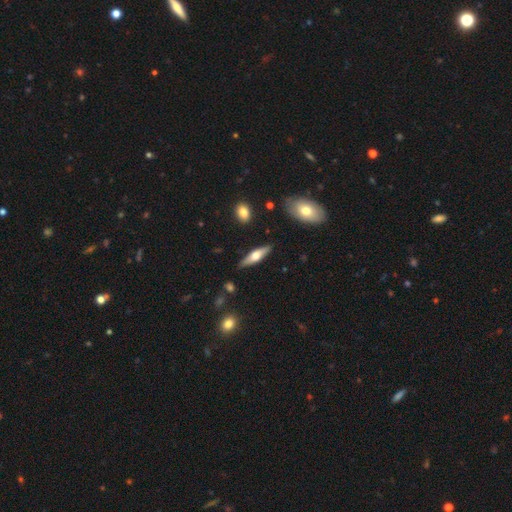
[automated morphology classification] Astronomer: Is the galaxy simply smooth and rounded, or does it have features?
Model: featured or disk — 49% (runner-up: smooth, 46%).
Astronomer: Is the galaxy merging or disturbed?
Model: none — 85%.